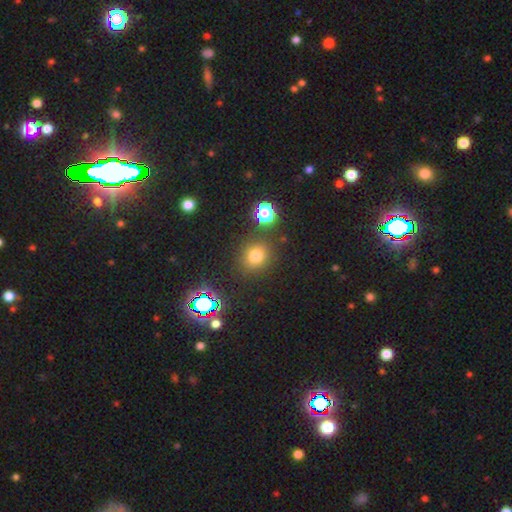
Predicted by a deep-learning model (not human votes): A smooth galaxy with no disk features (68%) that is round (83%).

Vote fractions:
- Smooth or featured? smooth: 68% / star or artifact: 25% / featured or disk: 7%
- How rounded? round: 83% / in between: 16% / cigar-shaped: 1%
- Merging? none: 85% / minor disturbance: 8% / merger: 4% / major disturbance: 3%